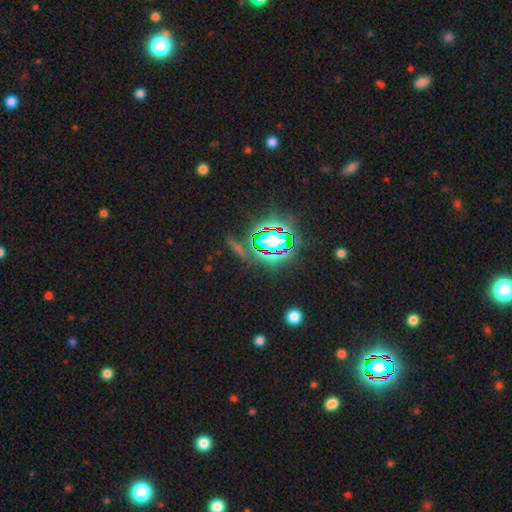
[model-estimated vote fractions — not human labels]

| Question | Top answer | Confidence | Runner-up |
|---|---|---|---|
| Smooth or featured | star or artifact | 80% | smooth (11%) |